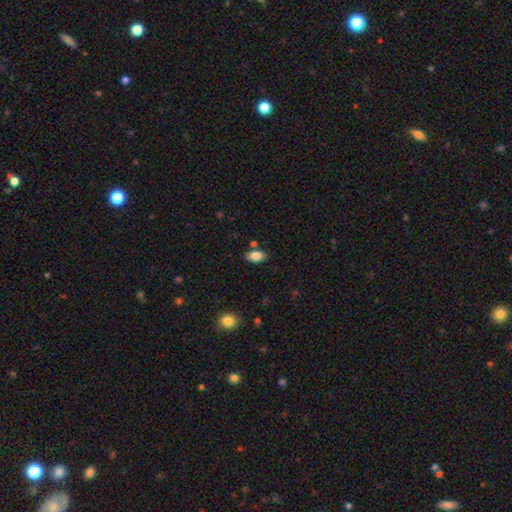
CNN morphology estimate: smooth 84%, featured or disk 8%, star or artifact 8%. Down the decision tree: how rounded — in between (92%); merging — none (80%).